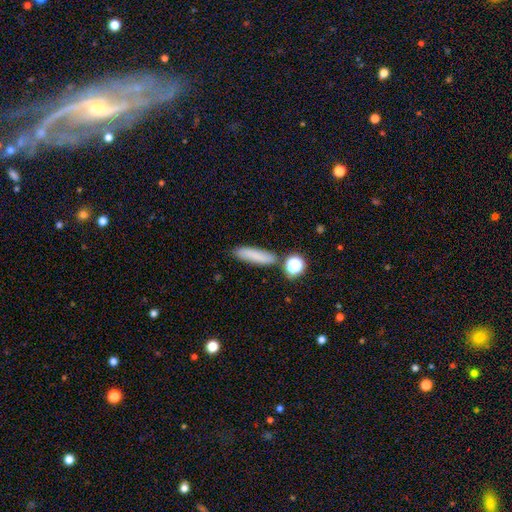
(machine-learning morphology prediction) A smooth galaxy with no disk features (77%) that is cigar-shaped (72%). Merging: none (77%).